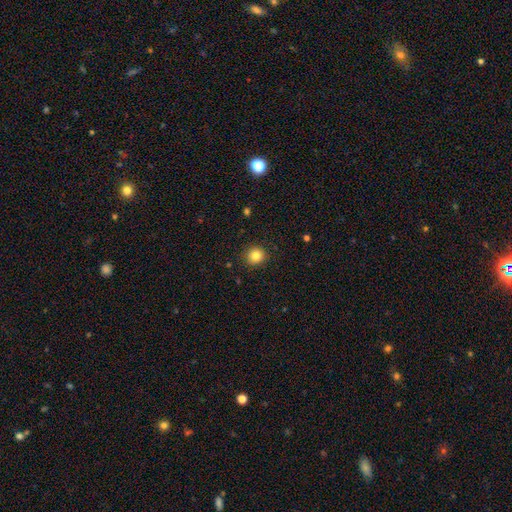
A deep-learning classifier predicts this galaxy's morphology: This is clearly a smooth galaxy (83%). How rounded: clearly round (91%). Merging: clearly none (90%).